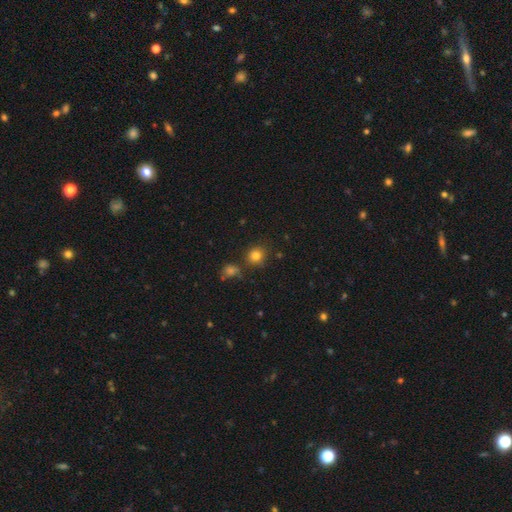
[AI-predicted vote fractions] The model was most divided on "smooth or featured": smooth: 81%, star or artifact: 13%, featured or disk: 6%. More confident: how rounded — round (85%); merging — none (81%).